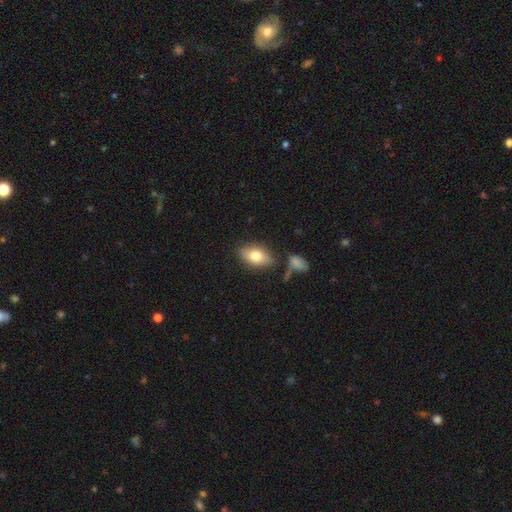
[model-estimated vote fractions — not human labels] smooth 71%, featured or disk 22%, star or artifact 7%. Down the decision tree: how rounded — in between (87%); merging — none (78%).